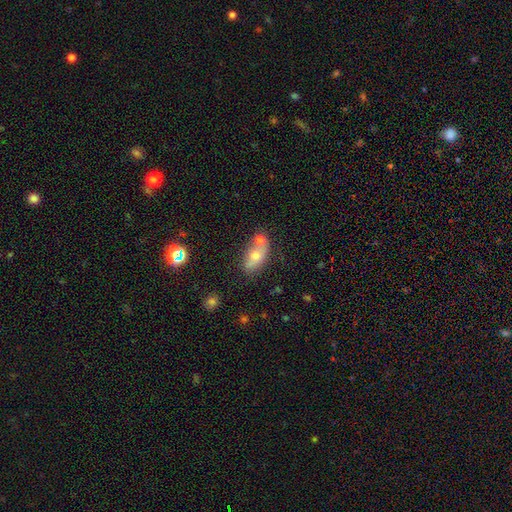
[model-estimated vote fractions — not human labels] Smooth or featured? Predicted: smooth (p=0.60). How rounded? Predicted: in between (p=0.81). Merging? Predicted: none (p=0.47).